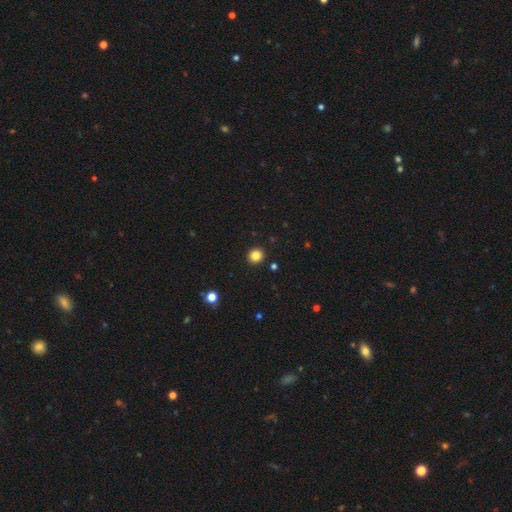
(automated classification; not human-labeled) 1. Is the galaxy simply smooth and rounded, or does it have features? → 83% smooth, 12% star or artifact, 5% featured or disk.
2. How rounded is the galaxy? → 90% round, 9% in between, 1% cigar-shaped.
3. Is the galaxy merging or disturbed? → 92% none, 5% minor disturbance, 2% major disturbance, 1% merger.